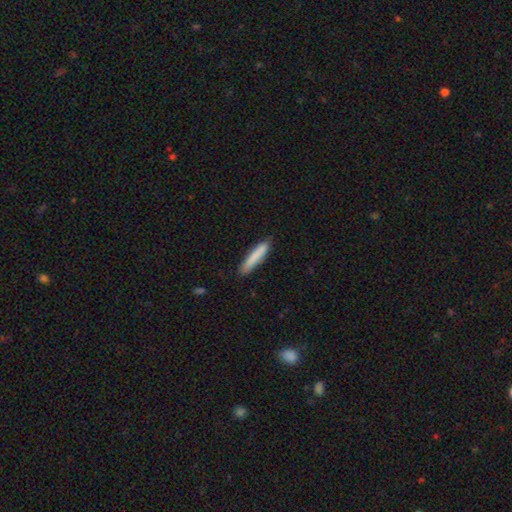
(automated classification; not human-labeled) Overall: smooth (83%). How rounded: cigar-shaped (90%). Merging: none (85%).